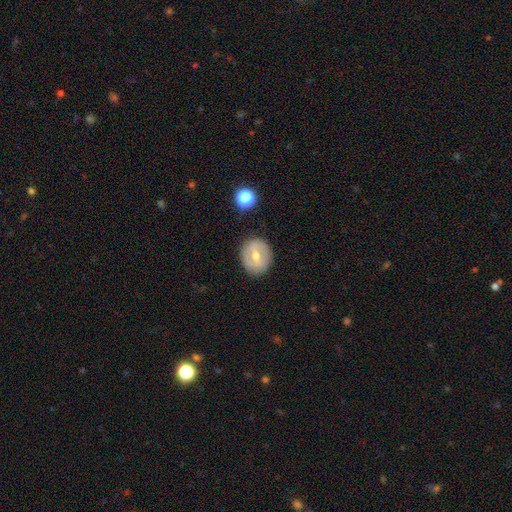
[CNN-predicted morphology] This appears to be a featured or disk galaxy (46%, tied with smooth). Merging: none (87%).